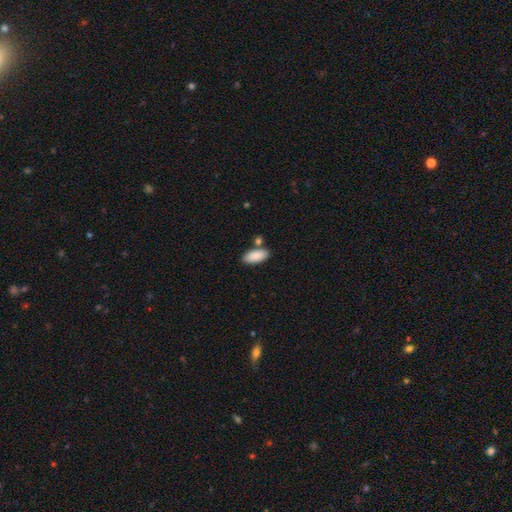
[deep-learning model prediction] This appears to be a smooth galaxy with no disk features (89%) that is in between round and cigar-shaped (90%). Merging: none (76%).